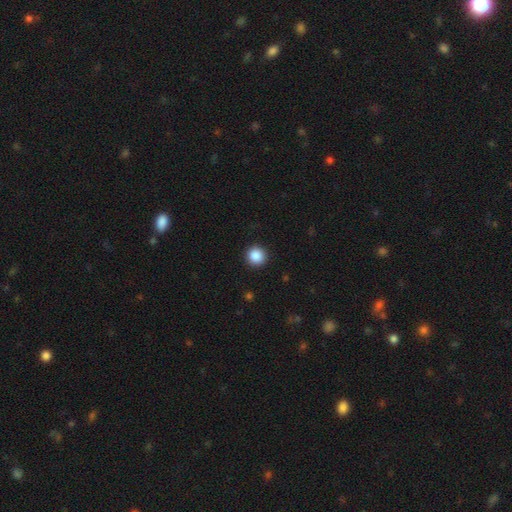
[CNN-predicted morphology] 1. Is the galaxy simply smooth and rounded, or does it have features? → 88% smooth, 10% star or artifact, 3% featured or disk.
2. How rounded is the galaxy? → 95% round, 4% in between, 1% cigar-shaped.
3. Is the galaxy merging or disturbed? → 93% none, 5% minor disturbance, 2% major disturbance, 1% merger.